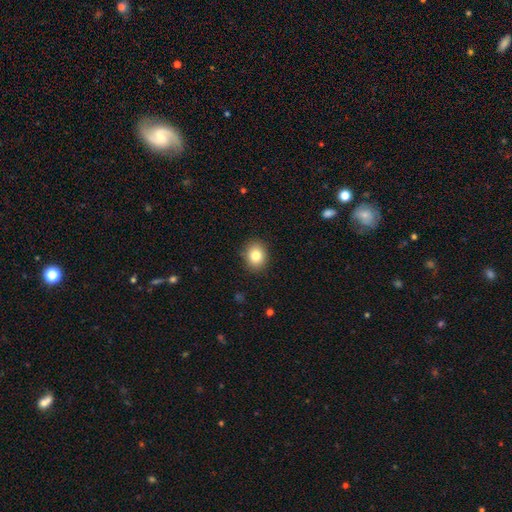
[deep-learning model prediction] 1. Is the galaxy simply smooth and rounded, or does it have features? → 82% smooth, 10% star or artifact, 8% featured or disk.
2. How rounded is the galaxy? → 65% round, 35% in between, 1% cigar-shaped.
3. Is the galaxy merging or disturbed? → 89% none, 8% minor disturbance, 2% major disturbance, 1% merger.